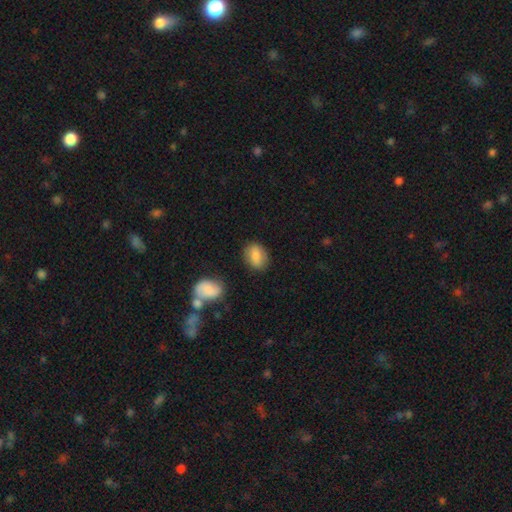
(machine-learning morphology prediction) Q: Smooth or featured?
A: smooth (84%); runner-up: featured or disk (9%)
Q: How rounded?
A: in between (78%); runner-up: round (20%)
Q: Merging?
A: none (79%); runner-up: minor disturbance (14%)